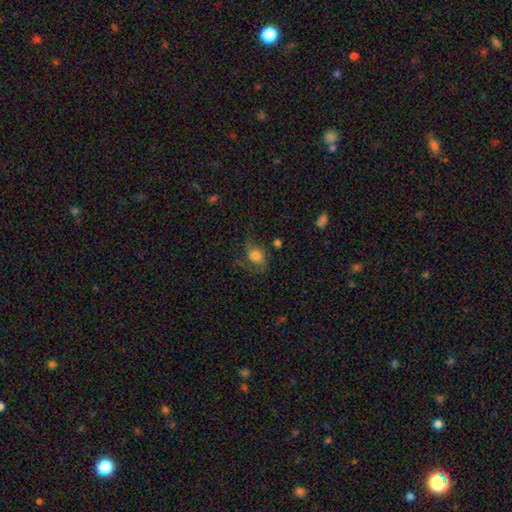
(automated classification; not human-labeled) Q: Smooth or featured?
A: smooth (65%); runner-up: featured or disk (23%)
Q: How rounded?
A: round (59%); runner-up: in between (39%)
Q: Merging?
A: none (44%); runner-up: major disturbance (28%)